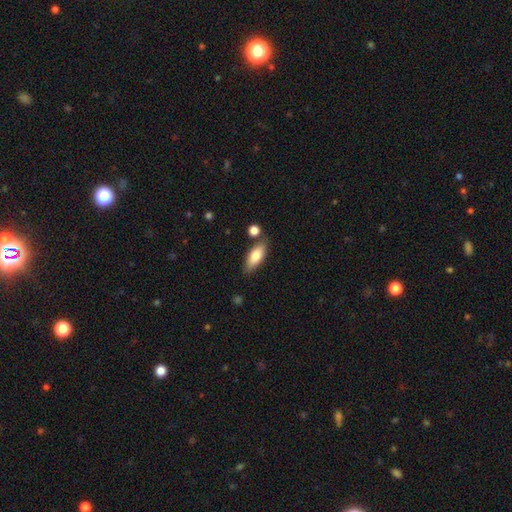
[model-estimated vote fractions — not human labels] This appears to be a smooth galaxy with no disk features (78%) that is in between round and cigar-shaped (76%). Merging: none (75%).